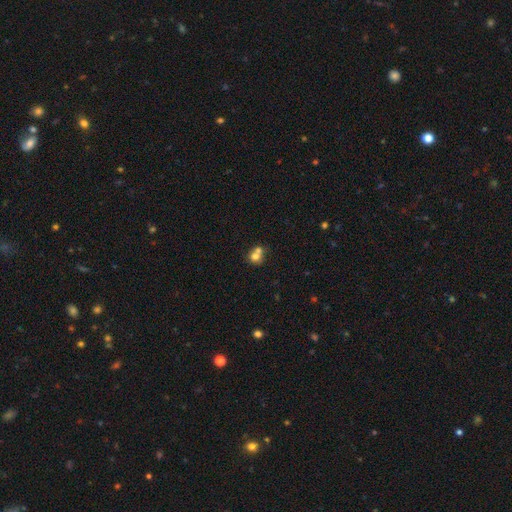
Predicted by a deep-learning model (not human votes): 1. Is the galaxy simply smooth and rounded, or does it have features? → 73% smooth, 15% featured or disk, 11% star or artifact.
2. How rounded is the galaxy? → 78% round, 21% in between, 1% cigar-shaped.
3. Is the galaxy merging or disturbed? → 57% merger, 34% none, 6% minor disturbance, 3% major disturbance.